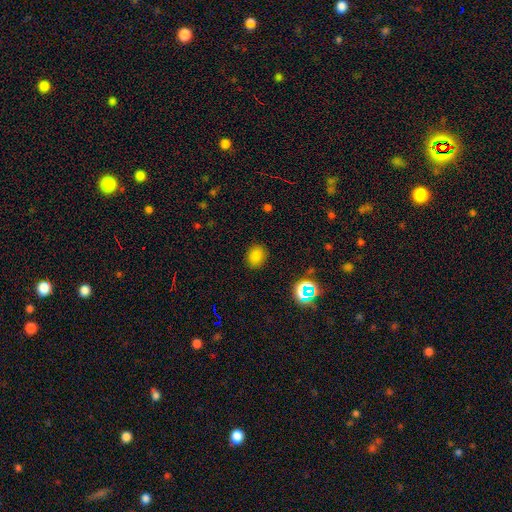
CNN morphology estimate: This is likely a smooth galaxy (78%). How rounded: possibly round (56%). Merging: clearly none (88%).